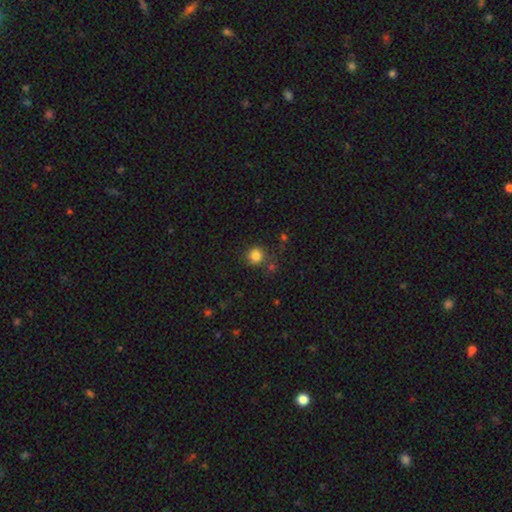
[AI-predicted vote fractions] This is clearly a smooth galaxy (83%). How rounded: clearly round (90%). Merging: likely none (77%).